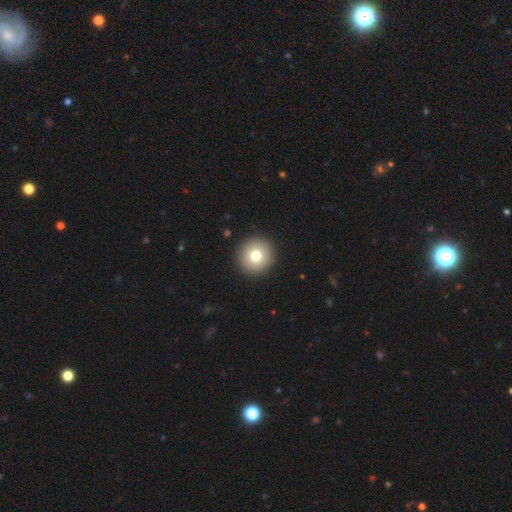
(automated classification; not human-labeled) A smooth galaxy with no disk features (76%) that is round (95%). Merging: none (93%).